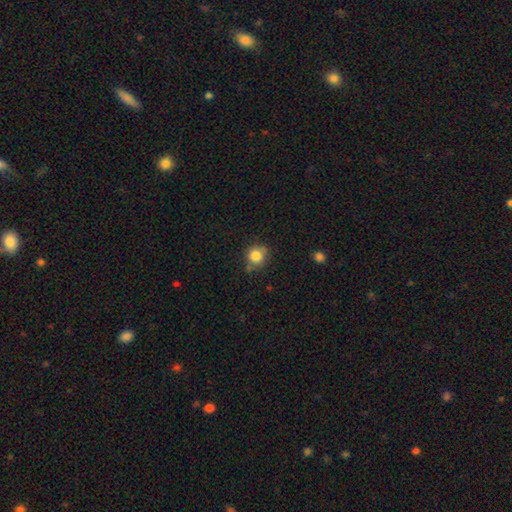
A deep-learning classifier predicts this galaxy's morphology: The model was most divided on "merging": none: 71%, minor disturbance: 18%, merger: 7%, major disturbance: 4%. More confident: how rounded — round (87%); smooth or featured — smooth (83%).